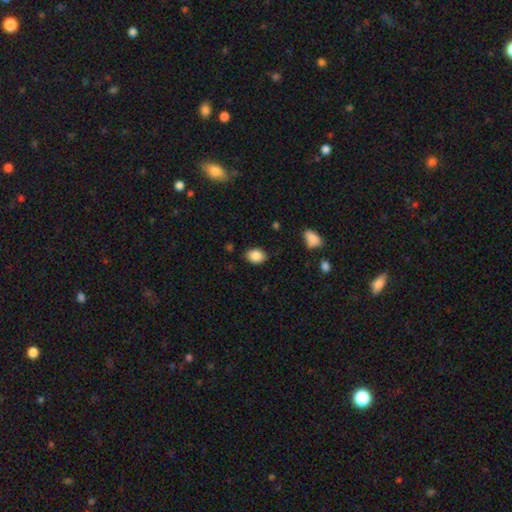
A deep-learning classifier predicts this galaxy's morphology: Smooth or featured? smooth (87%)
How rounded? in between (68%)
Merging? none (83%)